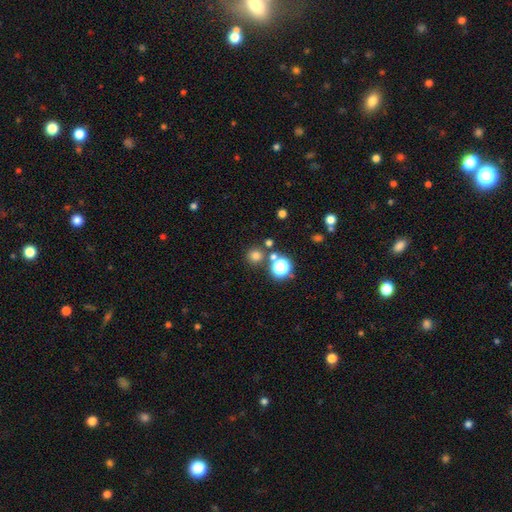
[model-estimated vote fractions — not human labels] A smooth galaxy with no disk features (71%) that is round (92%).

Vote fractions:
- Smooth or featured? smooth: 71% / star or artifact: 22% / featured or disk: 6%
- How rounded? round: 92% / in between: 7% / cigar-shaped: 1%
- Merging? none: 78% / merger: 12% / minor disturbance: 7% / major disturbance: 3%